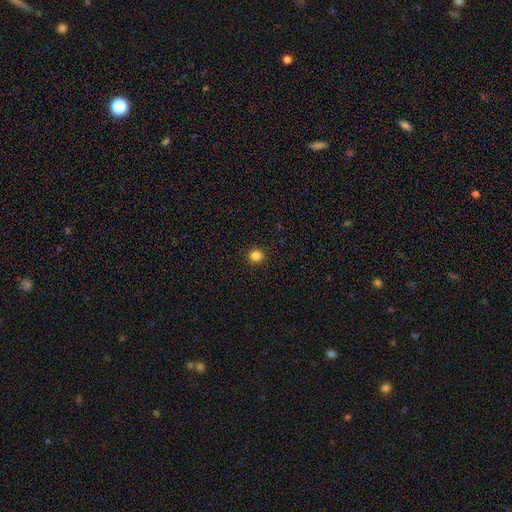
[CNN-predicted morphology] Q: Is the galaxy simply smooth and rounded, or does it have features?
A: smooth — 84%.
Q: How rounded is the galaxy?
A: round — 88%.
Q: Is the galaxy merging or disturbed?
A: none — 92%.